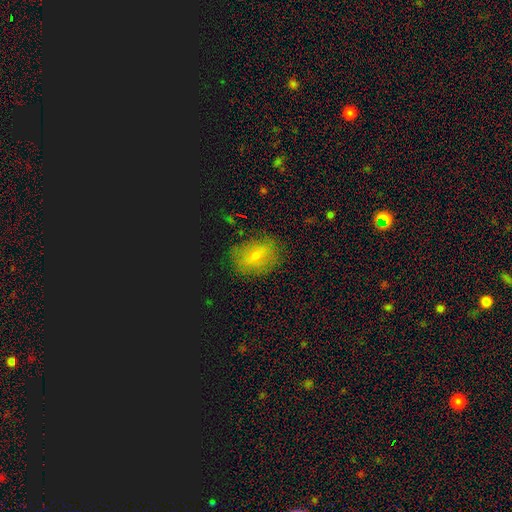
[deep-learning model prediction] Smooth or featured?
  - smooth: 63% *
  - star or artifact: 19%
  - featured or disk: 18%
How rounded?
  - in between: 68% *
  - round: 30%
  - cigar-shaped: 3%
Merging?
  - none: 80% *
  - minor disturbance: 15%
  - major disturbance: 4%
  - merger: 1%